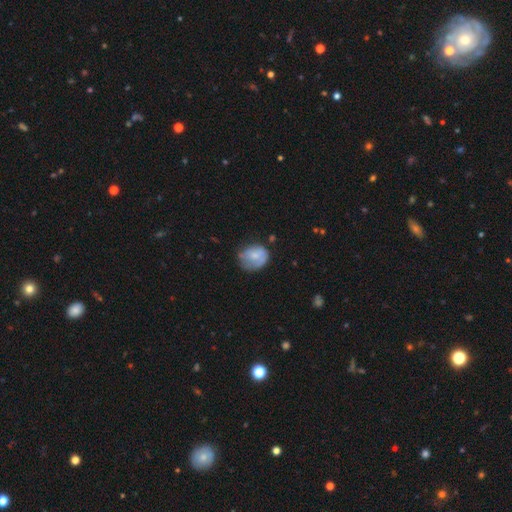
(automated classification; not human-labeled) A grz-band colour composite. It shows a smooth galaxy with no disk features (64%) that is round (58%). Merging: none (46%).